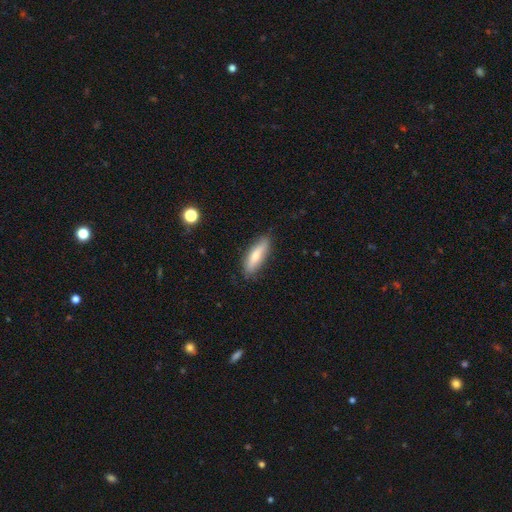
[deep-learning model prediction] A smooth galaxy with no disk features (65%) that is cigar-shaped (54%).

Vote fractions:
- Smooth or featured? smooth: 65% / featured or disk: 29% / star or artifact: 6%
- How rounded? cigar-shaped: 54% / in between: 44% / round: 2%
- Merging? none: 83% / minor disturbance: 13% / major disturbance: 2% / merger: 1%